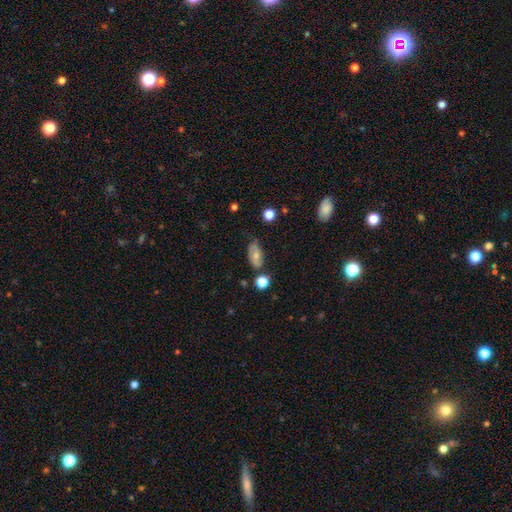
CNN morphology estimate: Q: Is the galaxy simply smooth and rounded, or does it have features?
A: smooth — 55%.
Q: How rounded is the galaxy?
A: in between — 88%.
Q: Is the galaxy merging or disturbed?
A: none — 63%.